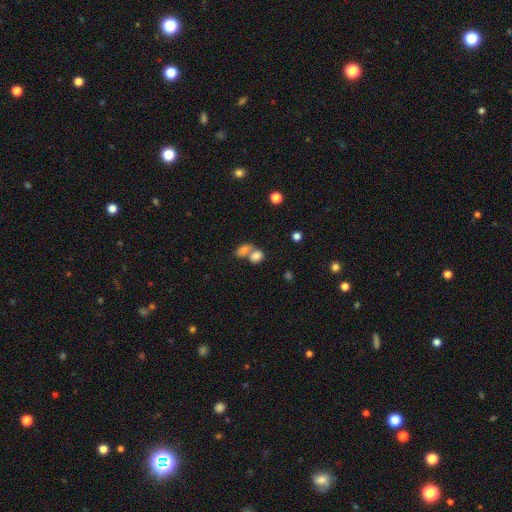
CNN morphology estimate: Smooth or featured? smooth (78%)
How rounded? in between (65%)
Merging? merger (67%)